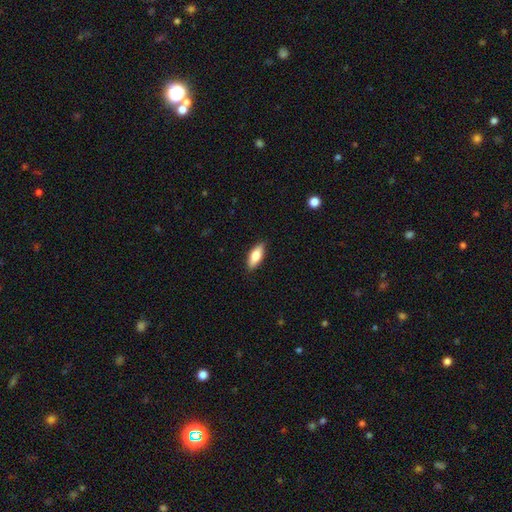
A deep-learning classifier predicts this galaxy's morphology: Overall: smooth (77%). How rounded: in between (76%). Merging: none (88%).